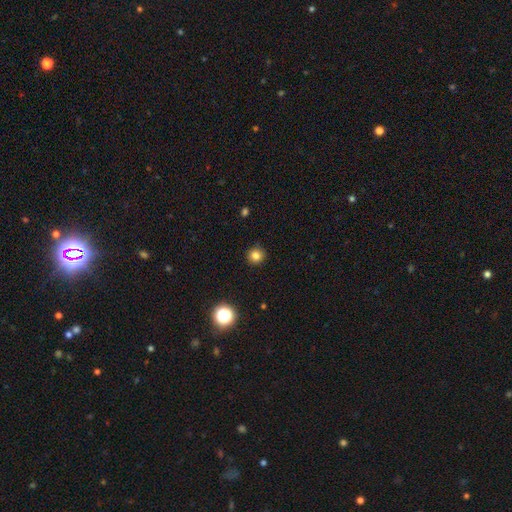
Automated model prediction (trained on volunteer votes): Smooth or featured?
  - smooth: 81% *
  - star or artifact: 14%
  - featured or disk: 5%
How rounded?
  - round: 92% *
  - in between: 7%
  - cigar-shaped: 1%
Merging?
  - none: 91% *
  - minor disturbance: 6%
  - major disturbance: 2%
  - merger: 1%